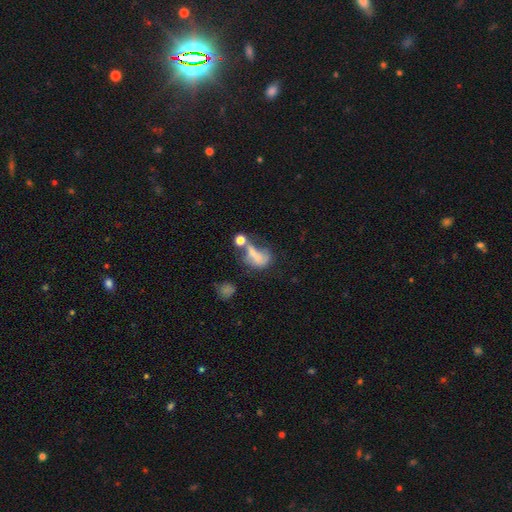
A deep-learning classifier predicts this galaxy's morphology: smooth 52%, featured or disk 31%, star or artifact 17%. Down the decision tree: how rounded — in between (71%); merging — major disturbance (38%).